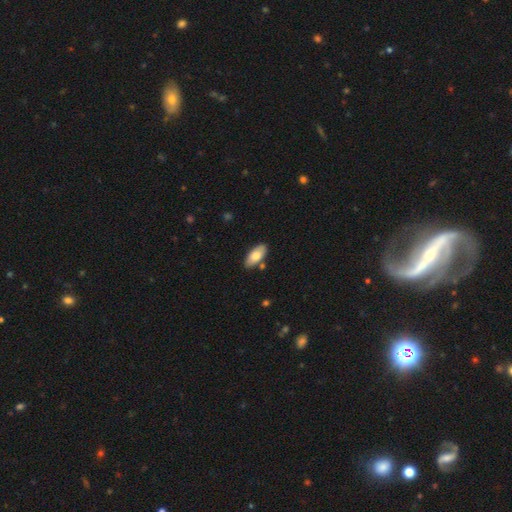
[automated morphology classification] This appears to be a smooth galaxy with no disk features (77%) that is in between round and cigar-shaped (88%). Merging: none (82%).